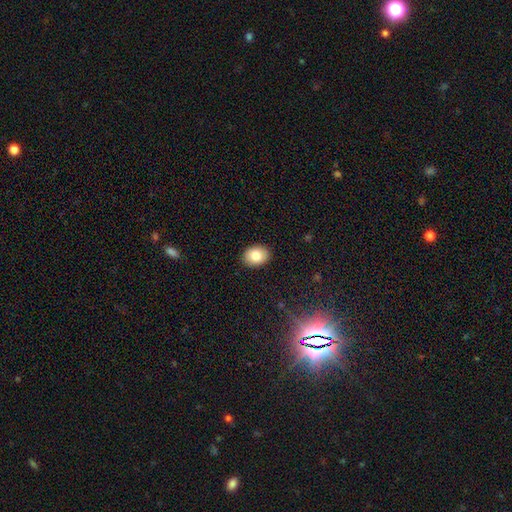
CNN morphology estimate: type=smooth (83%); roundness=in between (68%); merging=none (90%).